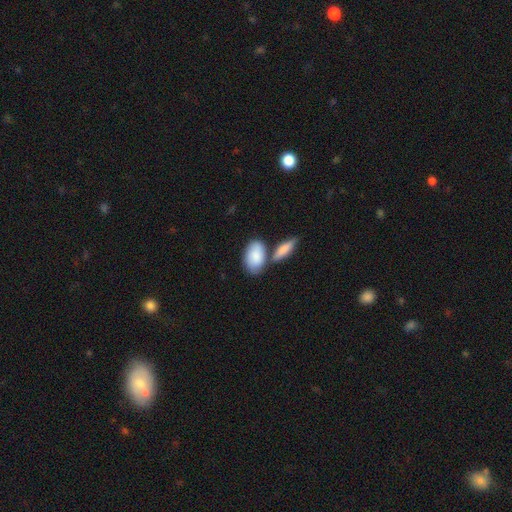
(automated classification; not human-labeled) A smooth galaxy with no disk features (81%) that is in between round and cigar-shaped (92%).

Vote fractions:
- Smooth or featured? smooth: 81% / featured or disk: 14% / star or artifact: 5%
- How rounded? in between: 92% / round: 6% / cigar-shaped: 3%
- Merging? none: 46% / merger: 33% / minor disturbance: 16% / major disturbance: 5%